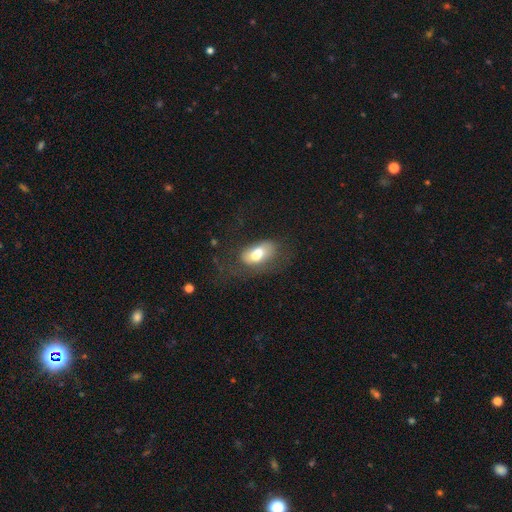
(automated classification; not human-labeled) A smooth galaxy with no disk features (68%) that is in between round and cigar-shaped (90%). Merging: none (39%).